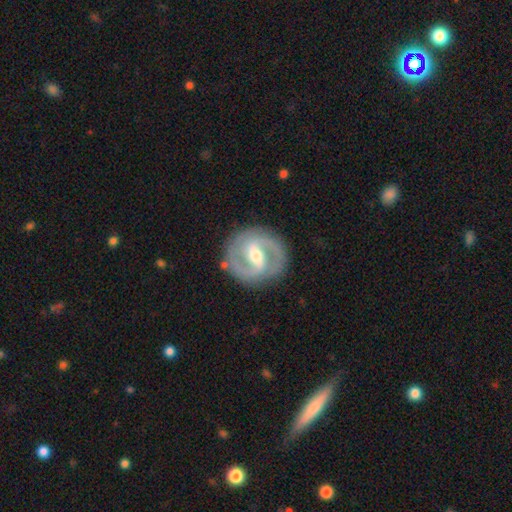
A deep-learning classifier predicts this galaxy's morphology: smooth_or_featured: featured or disk (p=0.88) [alt: smooth p=0.07]
disk_edge_on: no (p=0.98) [alt: yes p=0.02]
bar: strong (p=0.46) [alt: weak p=0.43]
has_spiral_arms: yes (p=0.96) [alt: no p=0.04]
spiral_winding: medium (p=0.52) [alt: tight p=0.36]
spiral_arm_count: 2 (p=0.92) [alt: can't tell p=0.03]
bulge_size: moderate (p=0.63) [alt: small p=0.31]
merging: none (p=0.86) [alt: minor disturbance p=0.09]